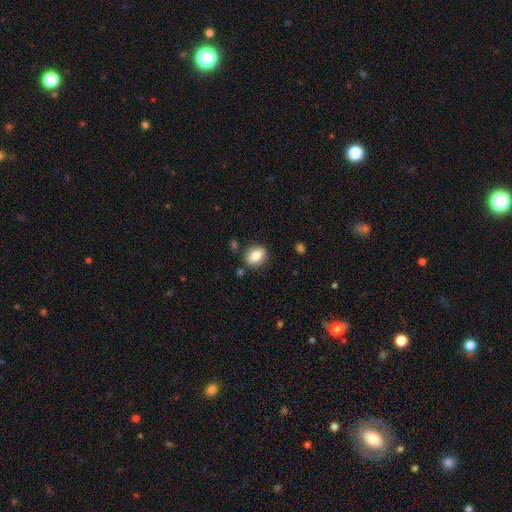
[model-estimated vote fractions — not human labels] Q: Smooth or featured?
A: smooth (83%); runner-up: featured or disk (9%)
Q: How rounded?
A: in between (66%); runner-up: round (32%)
Q: Merging?
A: none (83%); runner-up: minor disturbance (11%)